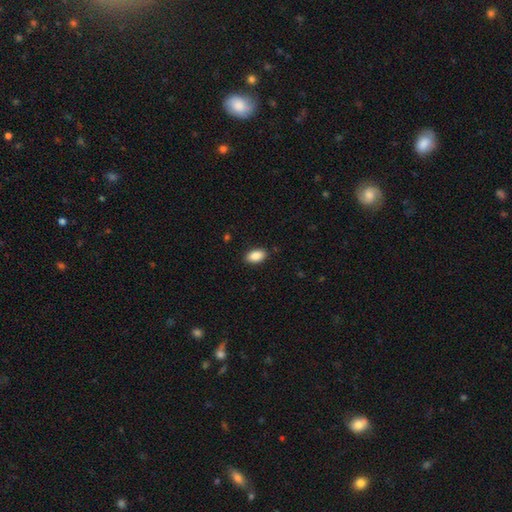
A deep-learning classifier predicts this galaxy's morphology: Smooth or featured? Predicted: smooth (p=0.88). How rounded? Predicted: in between (p=0.93). Merging? Predicted: none (p=0.88).